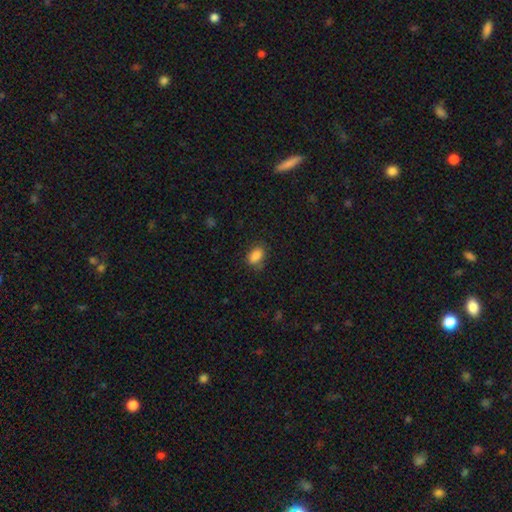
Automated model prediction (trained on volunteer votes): Smooth or featured? Predicted: smooth (p=0.86). How rounded? Predicted: in between (p=0.86). Merging? Predicted: none (p=0.73).